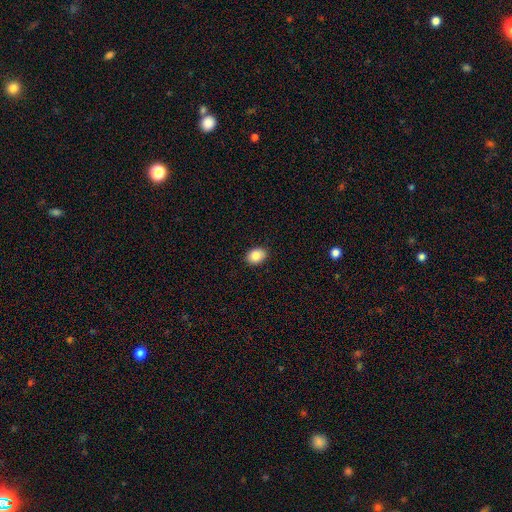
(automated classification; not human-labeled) This appears to be a smooth galaxy with no disk features (85%) that is in between round and cigar-shaped (74%). Merging: none (90%).